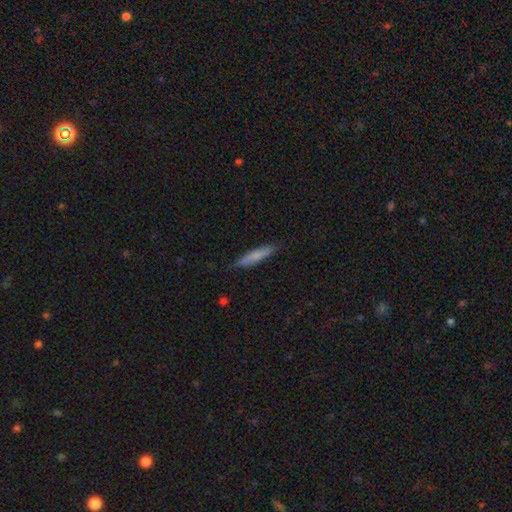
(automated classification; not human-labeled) smooth 75%, featured or disk 19%, star or artifact 6%. Down the decision tree: how rounded — cigar-shaped (89%); merging — none (84%).